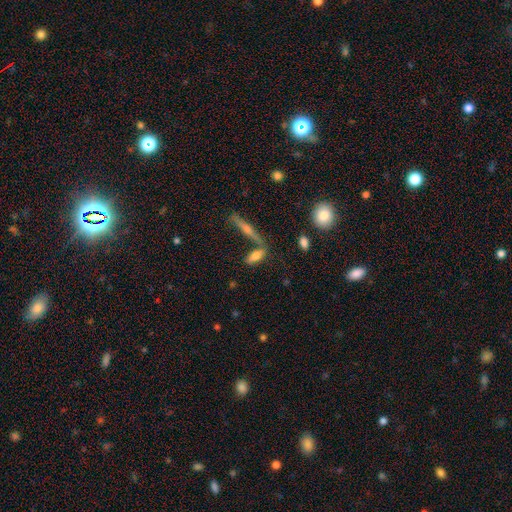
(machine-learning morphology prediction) smooth_or_featured: smooth (p=0.66) [alt: featured or disk p=0.24]
how_rounded: in between (p=0.60) [alt: cigar-shaped p=0.36]
merging: none (p=0.57) [alt: merger p=0.24]